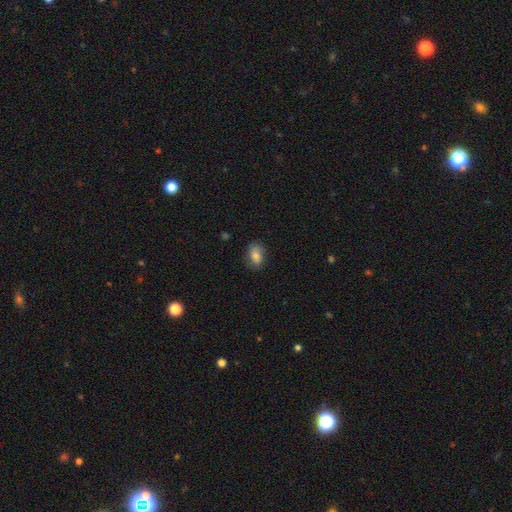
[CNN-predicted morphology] Smooth or featured? Predicted: smooth (p=0.80). How rounded? Predicted: in between (p=0.84). Merging? Predicted: none (p=0.79).